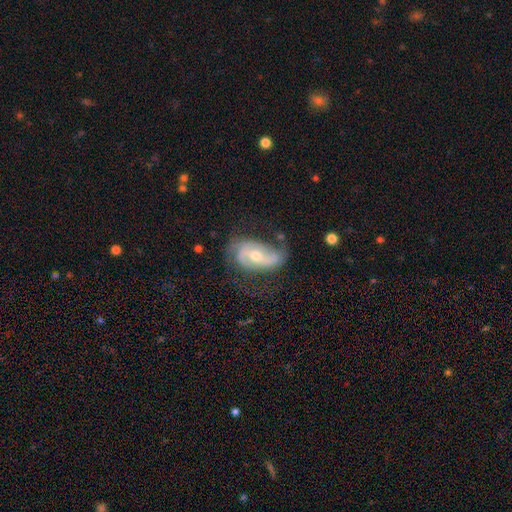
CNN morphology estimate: smooth-or-featured: featured or disk: 80% | smooth: 14% | star or artifact: 6%
  disk-edge-on: no: 96% | yes: 4%
    bar: no: 40% | weak: 39% | strong: 21%
    has-spiral-arms: yes: 92% | no: 8%
      spiral-winding: medium: 41% | loose: 39% | tight: 20%
      spiral-arm-count: 2: 75% | can't tell: 10% | 1: 6% | 3: 6% | 4: 2% | more than 4: 1%
    bulge-size: moderate: 59% | small: 37% | large: 3% | none: 1% | dominant: 1%
  merging: none: 56% | minor disturbance: 26% | major disturbance: 16% | merger: 2%